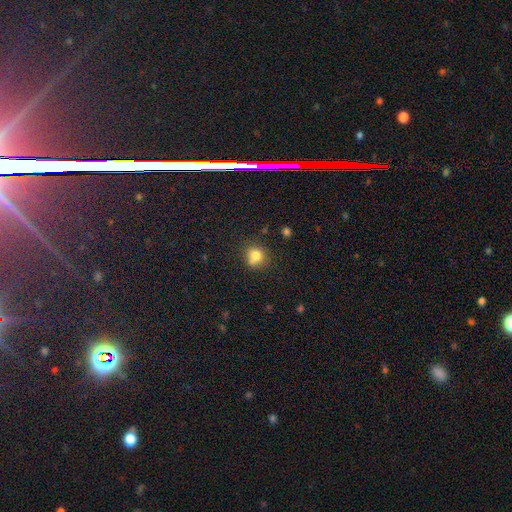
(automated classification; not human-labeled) smooth_or_featured: smooth (p=0.76) [alt: star or artifact p=0.12]
how_rounded: round (p=0.81) [alt: in between p=0.18]
merging: none (p=0.56) [alt: merger p=0.24]